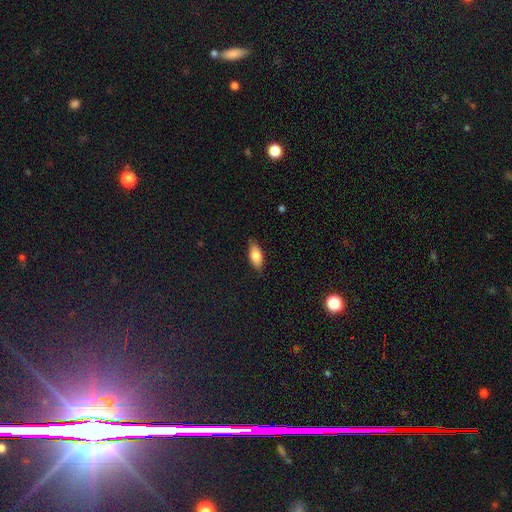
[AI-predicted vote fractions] smooth_or_featured: smooth (p=0.77) [alt: featured or disk p=0.16]
how_rounded: in between (p=0.83) [alt: cigar-shaped p=0.14]
merging: none (p=0.82) [alt: minor disturbance p=0.14]